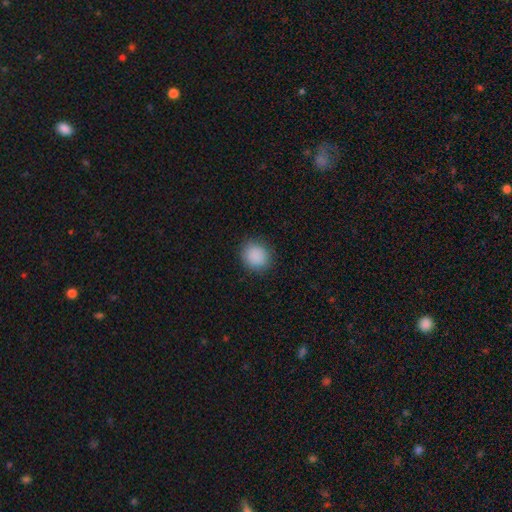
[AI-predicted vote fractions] smooth 89%, star or artifact 9%, featured or disk 3%. Down the decision tree: how rounded — round (79%); merging — none (88%).